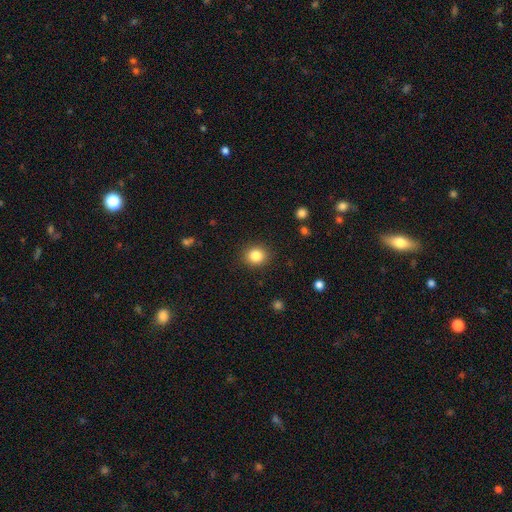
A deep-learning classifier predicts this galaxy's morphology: type=smooth (84%); roundness=round (79%); merging=none (90%).